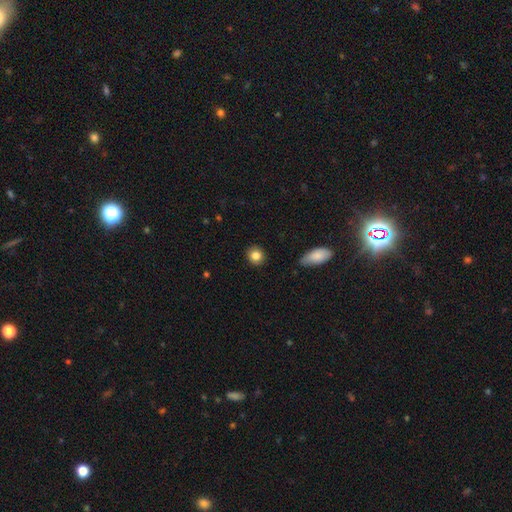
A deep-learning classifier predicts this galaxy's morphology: Q: Smooth or featured?
A: smooth (84%); runner-up: star or artifact (9%)
Q: How rounded?
A: round (85%); runner-up: in between (14%)
Q: Merging?
A: none (89%); runner-up: minor disturbance (7%)